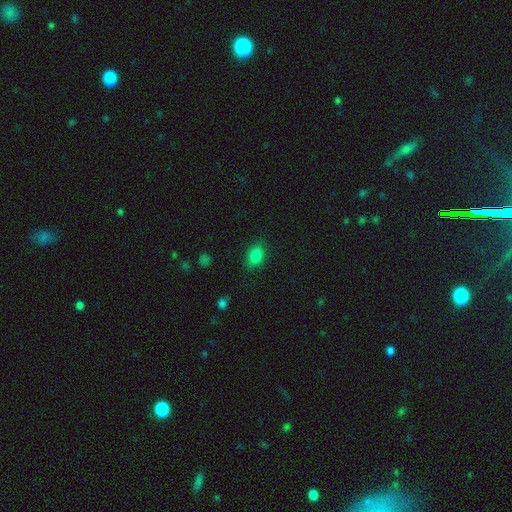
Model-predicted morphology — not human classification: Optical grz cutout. It shows a smooth galaxy with no disk features (83%) that is in between round and cigar-shaped (78%). Merging: none (83%).